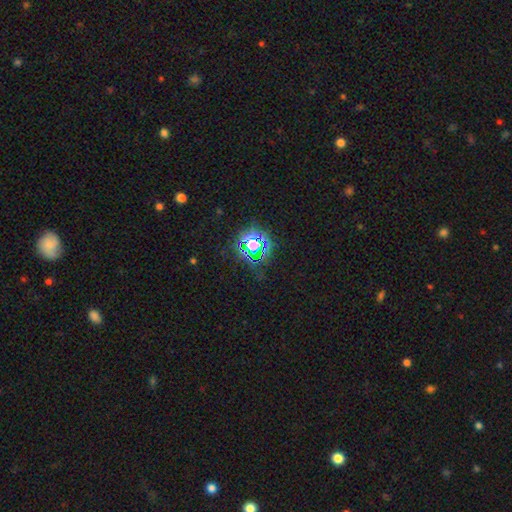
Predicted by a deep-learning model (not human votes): This is likely a star or artifact rather than a galaxy (77%).